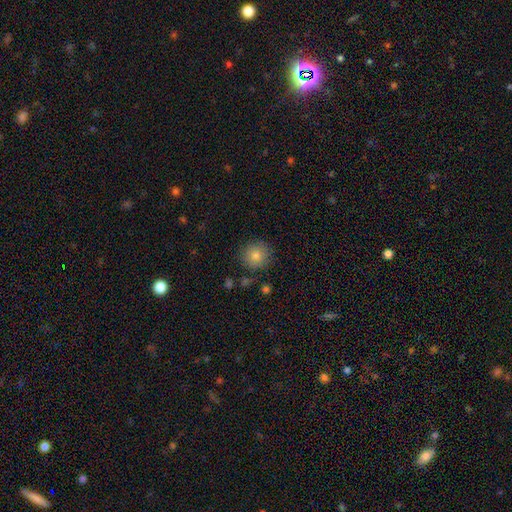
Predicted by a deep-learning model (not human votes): Smooth or featured? Predicted: smooth (p=0.80). How rounded? Predicted: round (p=0.94). Merging? Predicted: none (p=0.87).